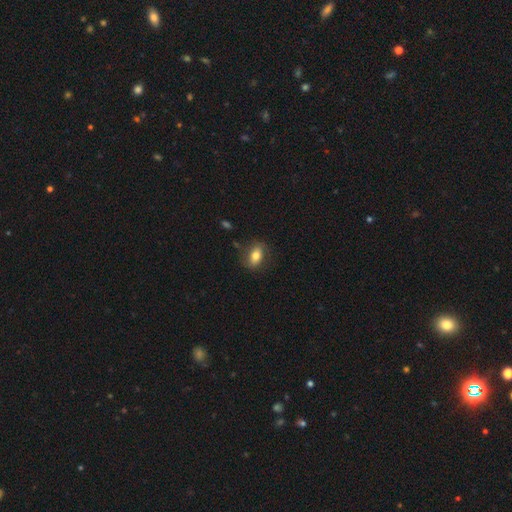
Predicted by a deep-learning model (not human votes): Q: Smooth or featured?
A: smooth (72%); runner-up: featured or disk (20%)
Q: How rounded?
A: in between (81%); runner-up: round (15%)
Q: Merging?
A: none (76%); runner-up: minor disturbance (17%)